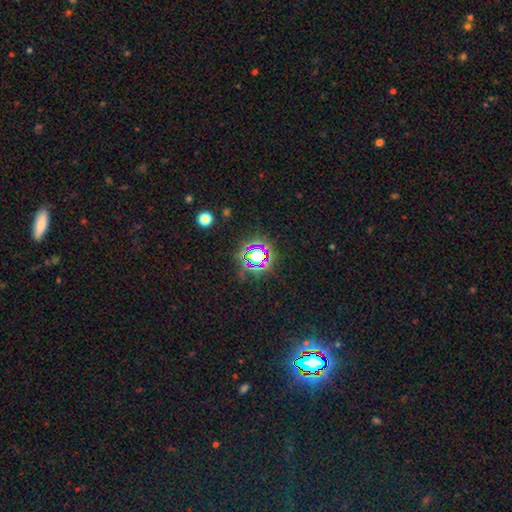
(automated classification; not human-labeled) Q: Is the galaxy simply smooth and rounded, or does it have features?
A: star or artifact — 66%.